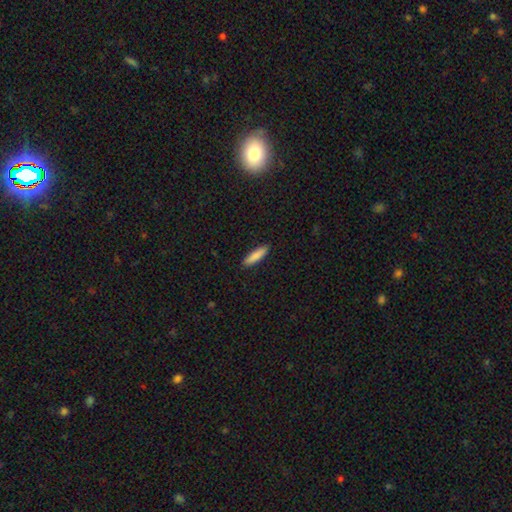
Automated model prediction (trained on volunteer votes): Smooth or featured: smooth — 86% (featured or disk — 8%)
How rounded: cigar-shaped — 73% (in between — 25%)
Merging: none — 90% (minor disturbance — 7%)